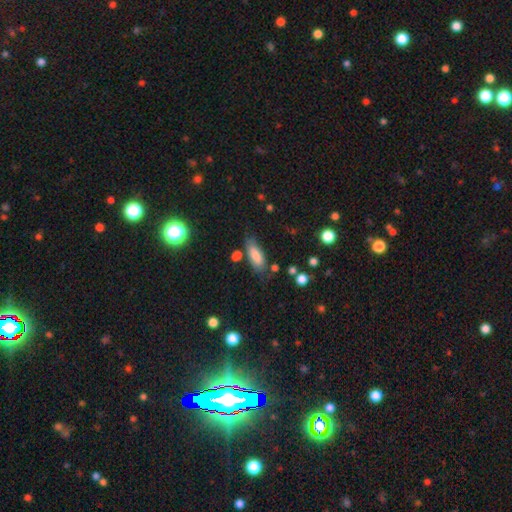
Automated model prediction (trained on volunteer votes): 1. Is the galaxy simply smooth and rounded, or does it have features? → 82% smooth, 10% featured or disk, 8% star or artifact.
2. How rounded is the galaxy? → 74% in between, 24% cigar-shaped, 2% round.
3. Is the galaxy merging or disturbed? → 68% none, 20% minor disturbance, 6% merger, 6% major disturbance.